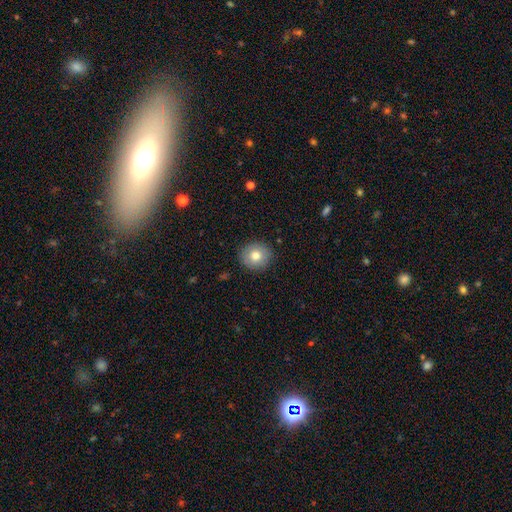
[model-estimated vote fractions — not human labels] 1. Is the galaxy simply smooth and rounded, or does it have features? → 78% smooth, 13% featured or disk, 9% star or artifact.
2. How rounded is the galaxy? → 84% round, 15% in between, 1% cigar-shaped.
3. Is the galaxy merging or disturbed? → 89% none, 8% minor disturbance, 2% major disturbance, 1% merger.